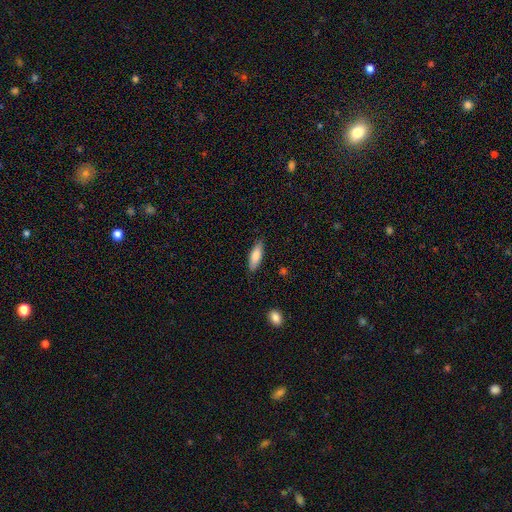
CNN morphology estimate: Q: Smooth or featured?
A: smooth (82%); runner-up: featured or disk (12%)
Q: How rounded?
A: in between (58%); runner-up: cigar-shaped (40%)
Q: Merging?
A: none (86%); runner-up: minor disturbance (11%)